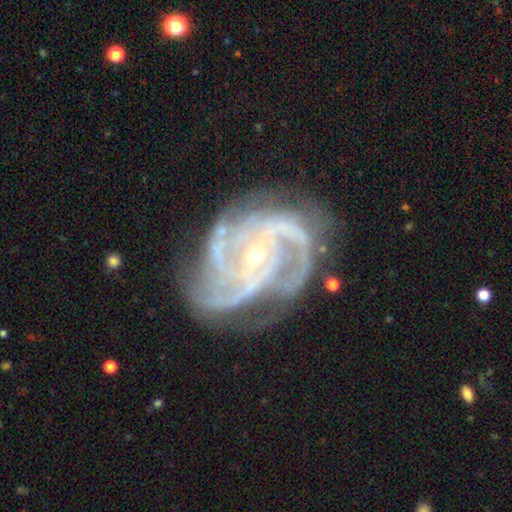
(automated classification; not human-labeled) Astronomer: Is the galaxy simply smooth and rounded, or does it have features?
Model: featured or disk — 92%.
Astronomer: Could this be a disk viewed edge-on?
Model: no — 98%.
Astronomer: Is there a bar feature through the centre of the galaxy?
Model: no — 51% (runner-up: weak, 32%).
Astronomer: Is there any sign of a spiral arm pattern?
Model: yes — 99%.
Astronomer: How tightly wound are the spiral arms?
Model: tight — 53% (runner-up: medium, 41%).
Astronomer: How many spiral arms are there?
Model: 3 — 39% (runner-up: 4, 25%).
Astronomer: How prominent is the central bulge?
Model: small — 67%.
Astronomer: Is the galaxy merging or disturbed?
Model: none — 66%.